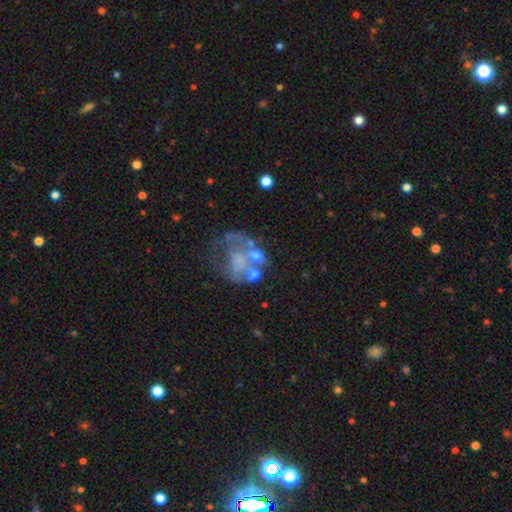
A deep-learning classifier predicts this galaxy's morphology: The model was most divided on "merging": major disturbance: 33%, merger: 30%, none: 23%, minor disturbance: 14%. More confident: edge-on disk — no (98%); bar — no (91%); spiral arms — no (90%); bulge size — none (59%); smooth or featured — featured or disk (55%).